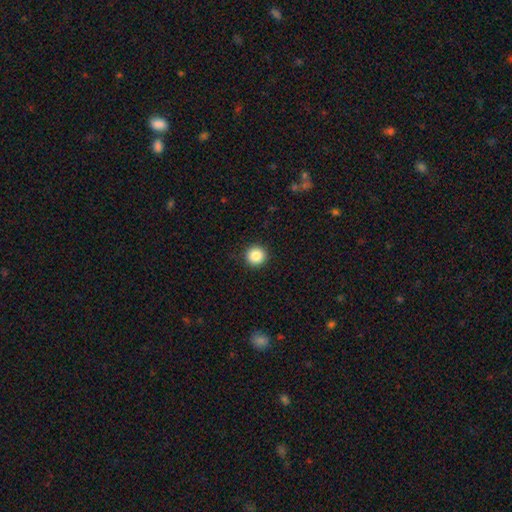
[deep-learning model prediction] A smooth galaxy with no disk features (88%) that is round (96%). Merging: none (93%).